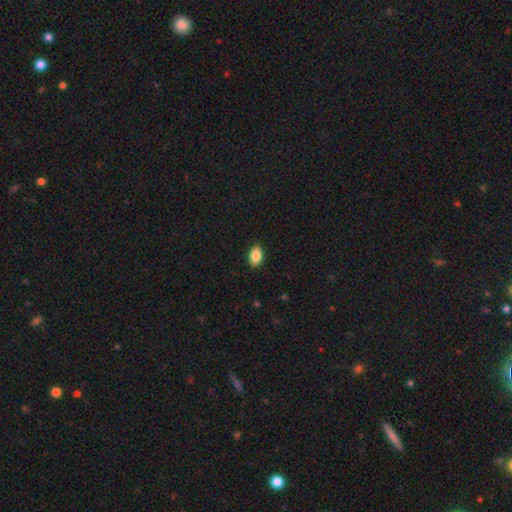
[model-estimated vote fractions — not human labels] This is clearly a smooth galaxy (87%). How rounded: clearly in between (88%). Merging: clearly none (90%).